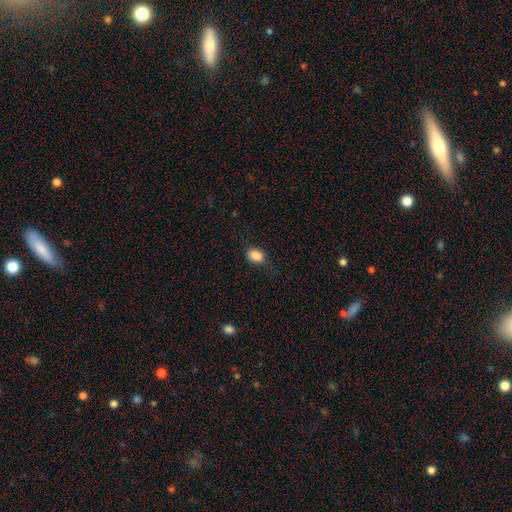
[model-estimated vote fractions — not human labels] Smooth or featured?
  - smooth: 87% *
  - star or artifact: 9%
  - featured or disk: 4%
How rounded?
  - in between: 78% *
  - round: 21%
  - cigar-shaped: 1%
Merging?
  - none: 78% *
  - minor disturbance: 17%
  - major disturbance: 4%
  - merger: 1%